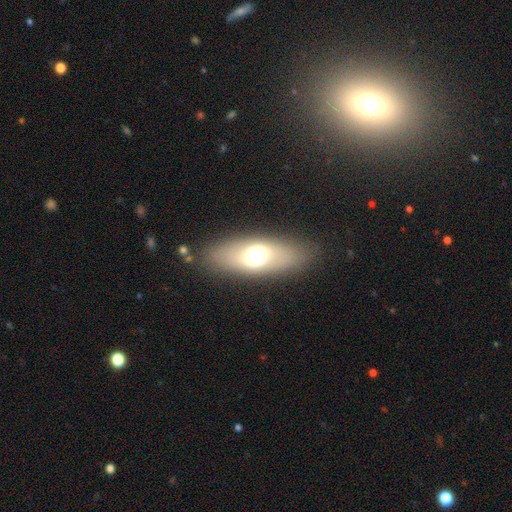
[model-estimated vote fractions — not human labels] smooth 61%, featured or disk 31%, star or artifact 8%. Down the decision tree: how rounded — in between (77%); merging — none (86%).